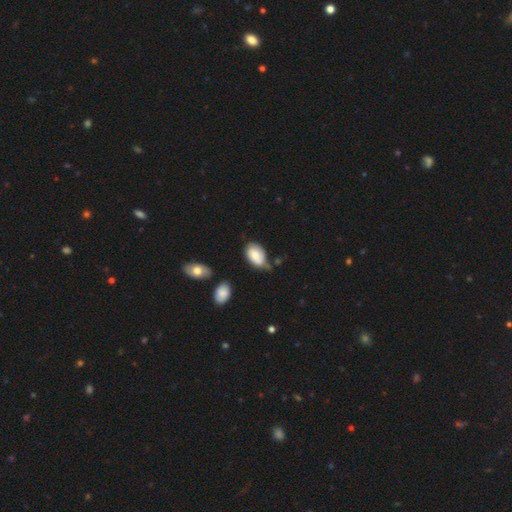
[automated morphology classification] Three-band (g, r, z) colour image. It shows a smooth galaxy with no disk features (73%) that is in between round and cigar-shaped (91%). Merging: none (41%).